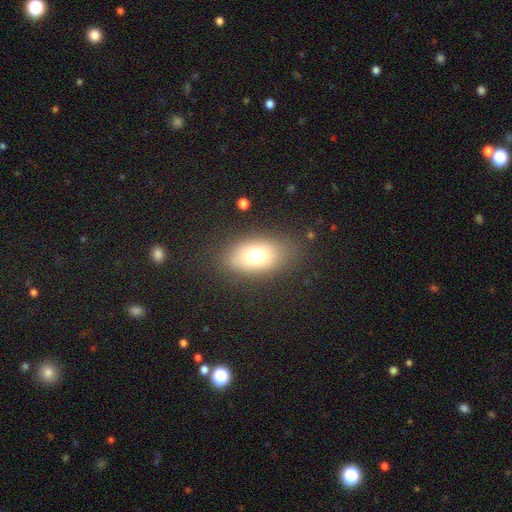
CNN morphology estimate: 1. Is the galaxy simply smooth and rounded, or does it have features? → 74% smooth, 16% featured or disk, 10% star or artifact.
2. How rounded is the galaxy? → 87% in between, 9% round, 3% cigar-shaped.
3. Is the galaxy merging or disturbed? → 80% none, 13% minor disturbance, 5% major disturbance, 2% merger.